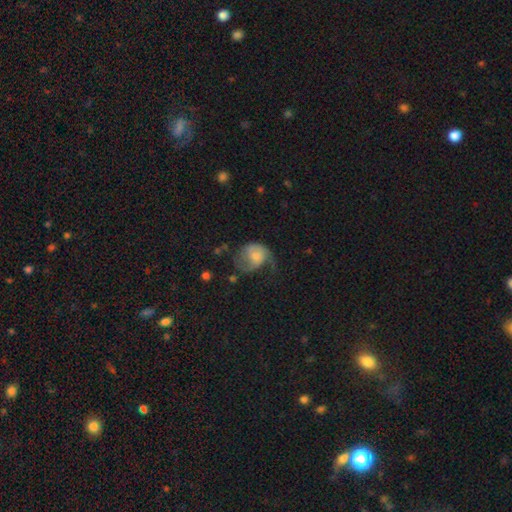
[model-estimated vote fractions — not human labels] smooth-or-featured: featured or disk: 50% | smooth: 43% | star or artifact: 7%
  merging: major disturbance: 45% | none: 26% | minor disturbance: 26% | merger: 3%